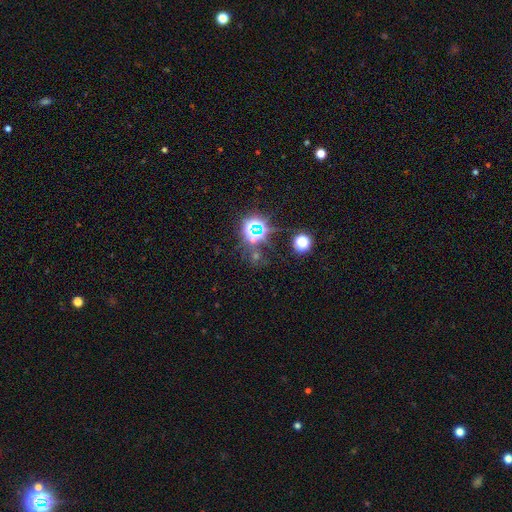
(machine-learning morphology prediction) type=star or artifact (73%).